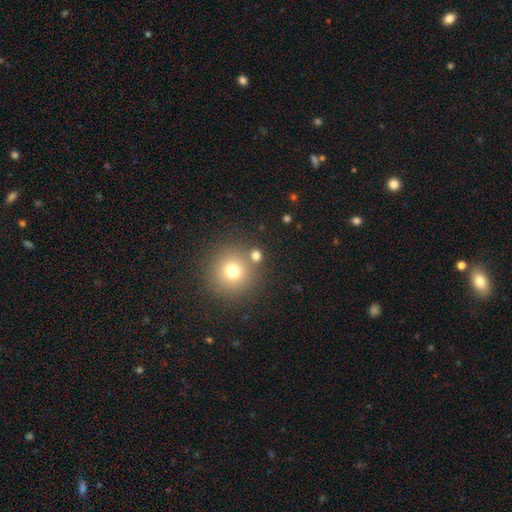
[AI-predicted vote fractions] smooth 72%, star or artifact 18%, featured or disk 10%. Down the decision tree: how rounded — round (90%); merging — none (76%).